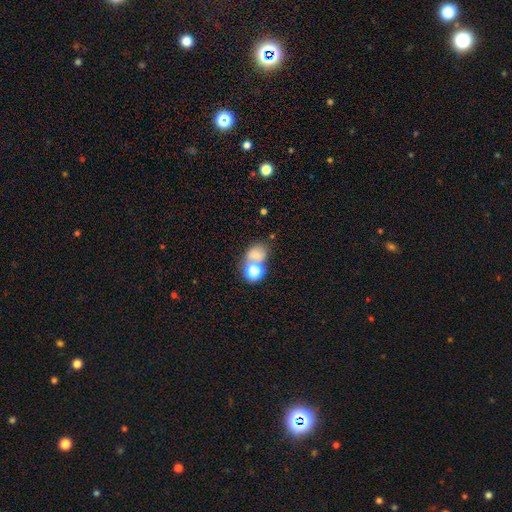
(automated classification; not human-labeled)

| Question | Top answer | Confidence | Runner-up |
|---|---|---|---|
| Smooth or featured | smooth | 65% | star or artifact (19%) |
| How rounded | round | 51% | in between (48%) |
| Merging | merger | 45% | none (38%) |